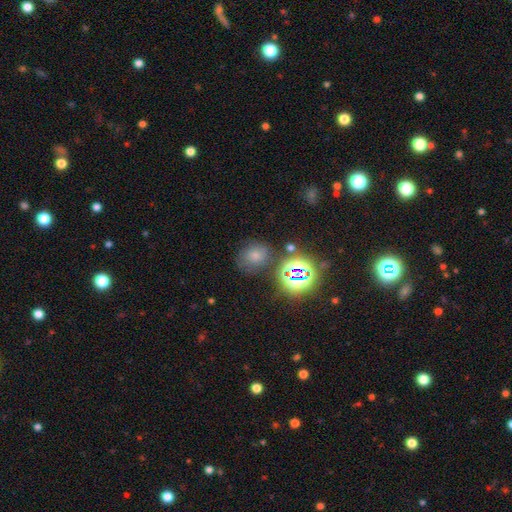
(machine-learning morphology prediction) A smooth galaxy with no disk features (61%) that is round (59%).

Vote fractions:
- Smooth or featured? smooth: 61% / star or artifact: 27% / featured or disk: 13%
- How rounded? round: 59% / in between: 39% / cigar-shaped: 1%
- Merging? none: 69% / minor disturbance: 17% / merger: 7% / major disturbance: 7%